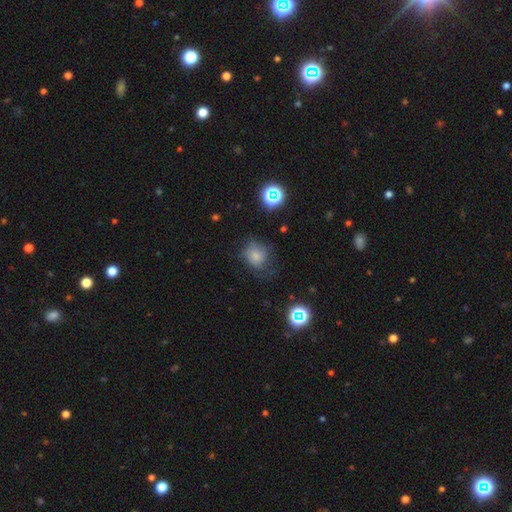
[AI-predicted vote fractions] Smooth or featured? smooth (72%)
How rounded? round (72%)
Merging? none (52%)